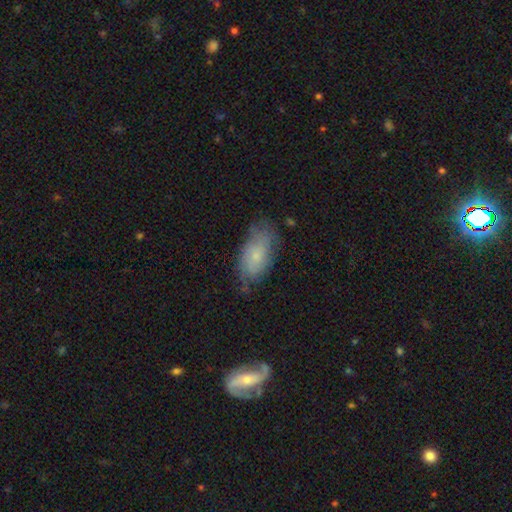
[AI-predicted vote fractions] This is likely a smooth galaxy (60%). How rounded: clearly in between (90%). Merging: likely none (61%).